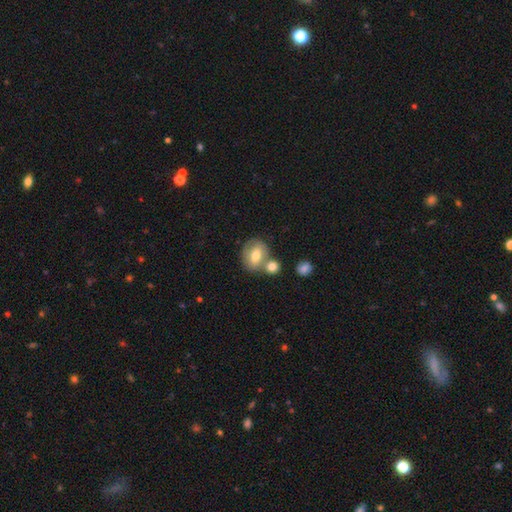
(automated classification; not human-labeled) A smooth galaxy with no disk features (62%) that is round (52%). Merging: none (49%).